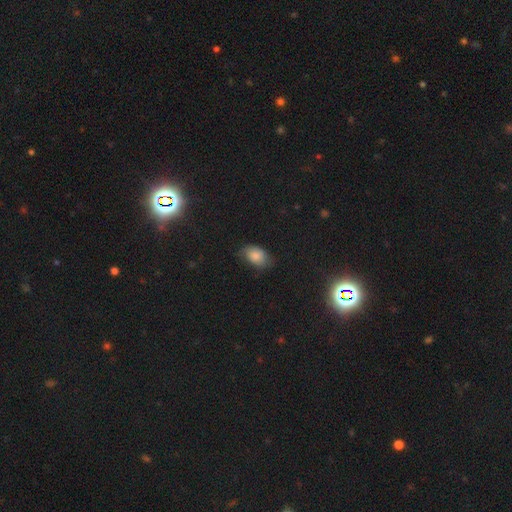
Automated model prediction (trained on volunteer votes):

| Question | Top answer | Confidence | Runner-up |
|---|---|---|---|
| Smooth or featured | smooth | 78% | featured or disk (11%) |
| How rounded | in between | 86% | round (12%) |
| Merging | none | 64% | minor disturbance (27%) |